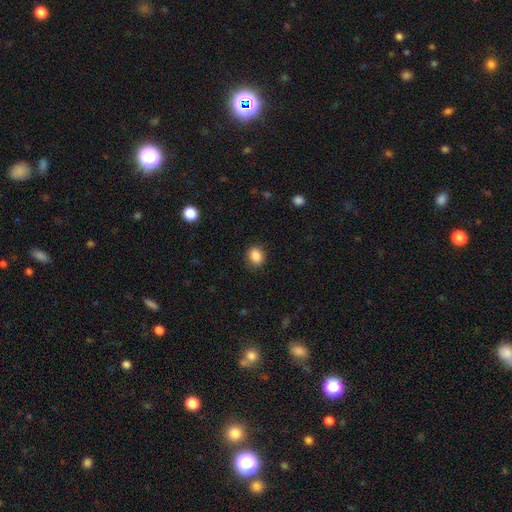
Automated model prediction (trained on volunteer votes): Smooth or featured?
  - smooth: 88% *
  - star or artifact: 9%
  - featured or disk: 3%
How rounded?
  - round: 53% *
  - in between: 46%
  - cigar-shaped: 1%
Merging?
  - none: 87% *
  - minor disturbance: 9%
  - major disturbance: 3%
  - merger: 1%